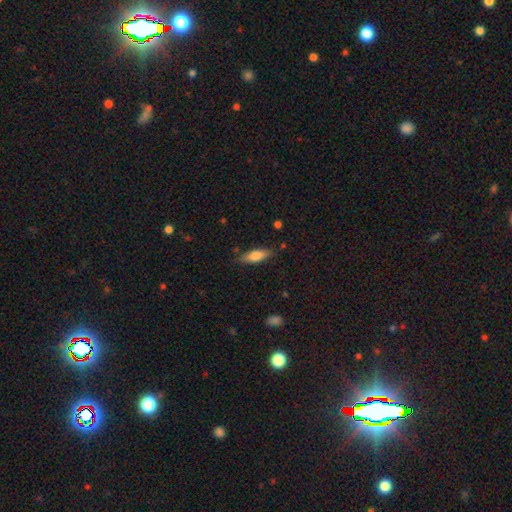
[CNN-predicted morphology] Q: Smooth or featured?
A: smooth (75%); runner-up: featured or disk (19%)
Q: How rounded?
A: in between (57%); runner-up: cigar-shaped (41%)
Q: Merging?
A: none (81%); runner-up: minor disturbance (14%)